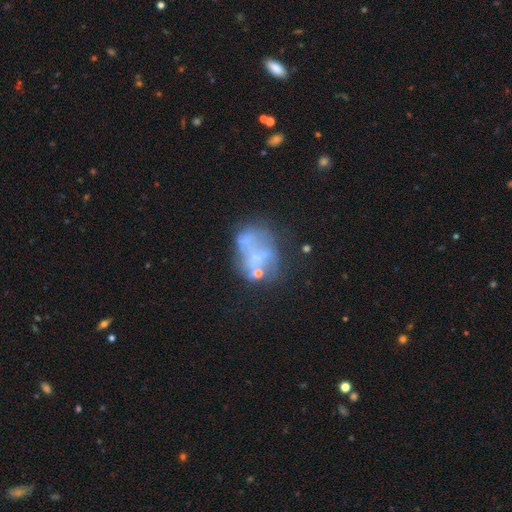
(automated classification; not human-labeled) The model was most divided on "merging": none: 35%, major disturbance: 25%, merger: 21%, minor disturbance: 20%. More confident: edge-on disk — no (98%); spiral arms — no (92%); bar — no (87%); bulge size — none (71%); smooth or featured — featured or disk (54%).